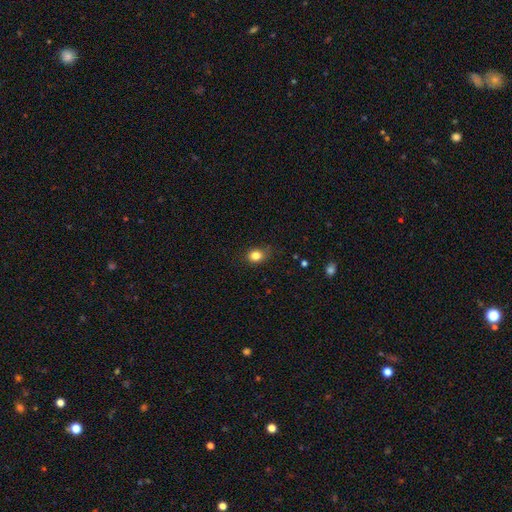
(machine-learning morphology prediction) A smooth galaxy with no disk features (84%) that is round (56%). Merging: none (75%).